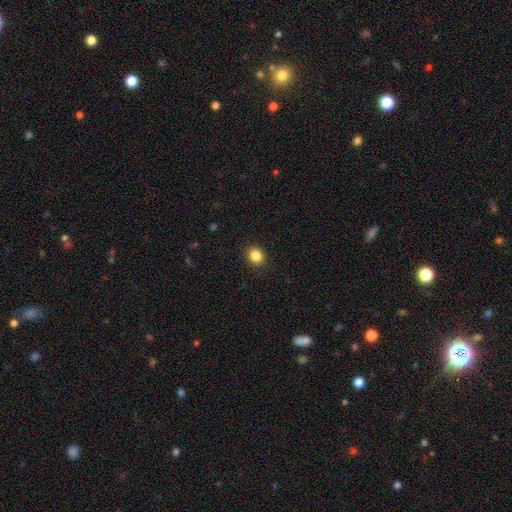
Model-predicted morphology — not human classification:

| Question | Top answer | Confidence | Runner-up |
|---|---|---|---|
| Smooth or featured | smooth | 85% | star or artifact (10%) |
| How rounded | round | 62% | in between (37%) |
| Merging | none | 90% | minor disturbance (7%) |